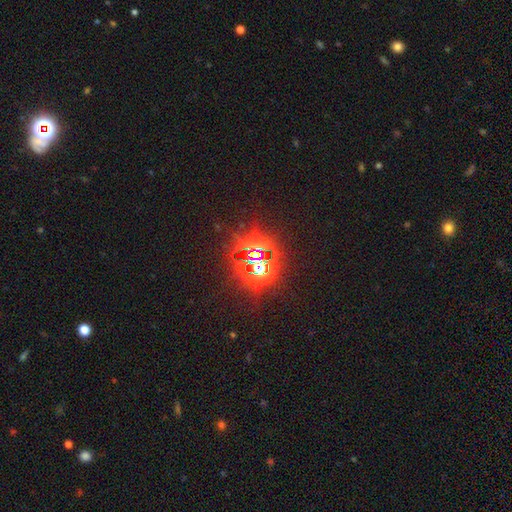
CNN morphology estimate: type=star or artifact (82%).